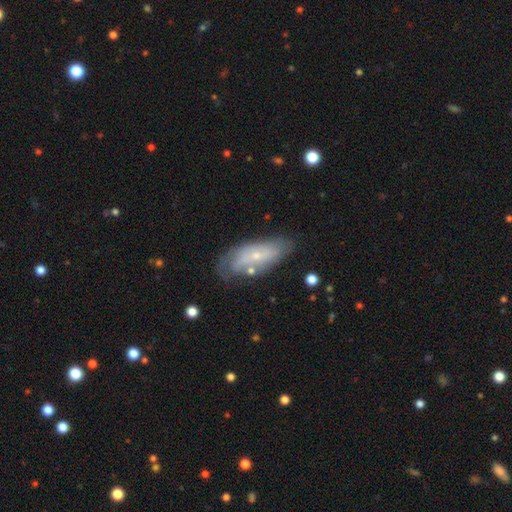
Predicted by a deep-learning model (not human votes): smooth-or-featured: featured or disk: 54% | smooth: 39% | star or artifact: 7%
  disk-edge-on: no: 83% | yes: 17%
  merging: none: 61% | minor disturbance: 23% | major disturbance: 9% | merger: 7%